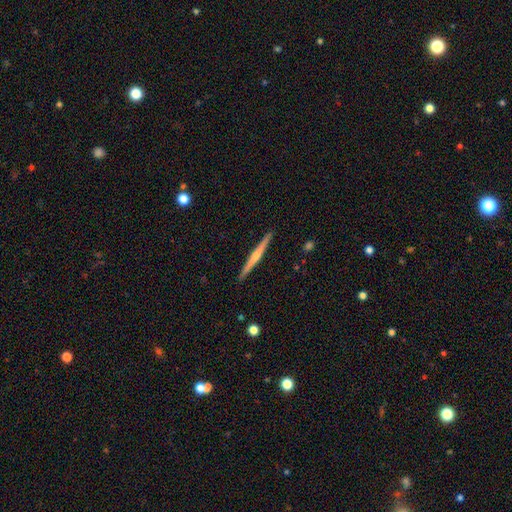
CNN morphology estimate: A featured or disk galaxy (74%) viewed edge-on (98%) with a rounded central bulge (76%).

Vote fractions:
- Smooth or featured? featured or disk: 74% / smooth: 21% / star or artifact: 5%
- Edge-on disk? yes: 98% / no: 2%
- Edge-on bulge? rounded: 76% / none: 18% / boxy: 6%
- Merging? none: 93% / minor disturbance: 5% / major disturbance: 1% / merger: 1%